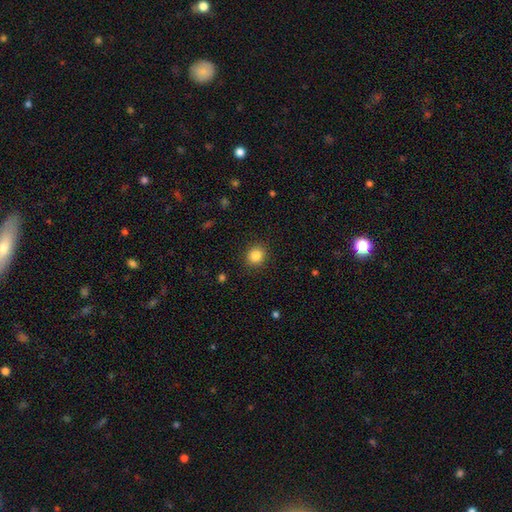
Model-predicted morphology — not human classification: Smooth or featured? Predicted: smooth (p=0.85). How rounded? Predicted: round (p=0.82). Merging? Predicted: none (p=0.90).